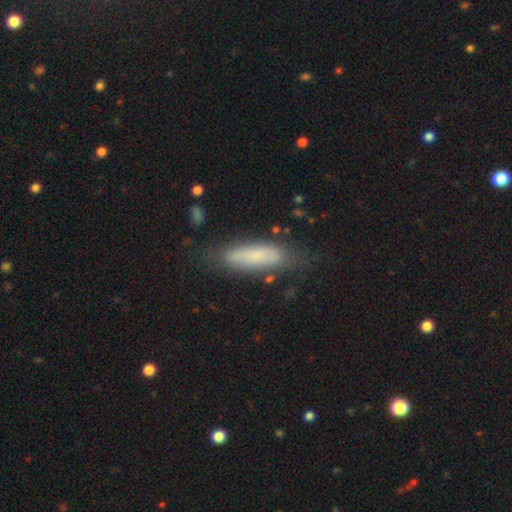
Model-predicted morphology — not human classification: Q: Smooth or featured?
A: smooth (70%); runner-up: featured or disk (22%)
Q: How rounded?
A: cigar-shaped (53%); runner-up: in between (45%)
Q: Merging?
A: none (69%); runner-up: minor disturbance (20%)